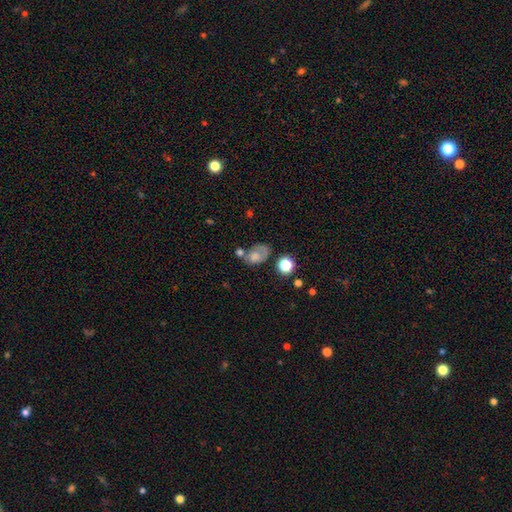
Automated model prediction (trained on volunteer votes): A smooth galaxy with no disk features (55%) that is in between round and cigar-shaped (72%).

Vote fractions:
- Smooth or featured? smooth: 55% / featured or disk: 32% / star or artifact: 13%
- How rounded? in between: 72% / round: 27% / cigar-shaped: 2%
- Merging? none: 35% / minor disturbance: 23% / major disturbance: 22% / merger: 20%